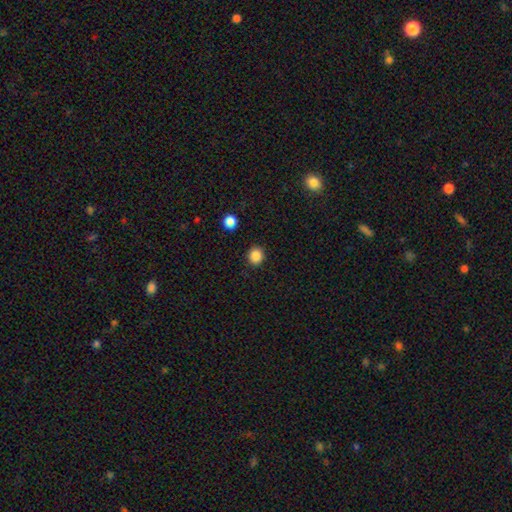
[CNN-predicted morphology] Smooth or featured? smooth (87%)
How rounded? round (79%)
Merging? none (89%)